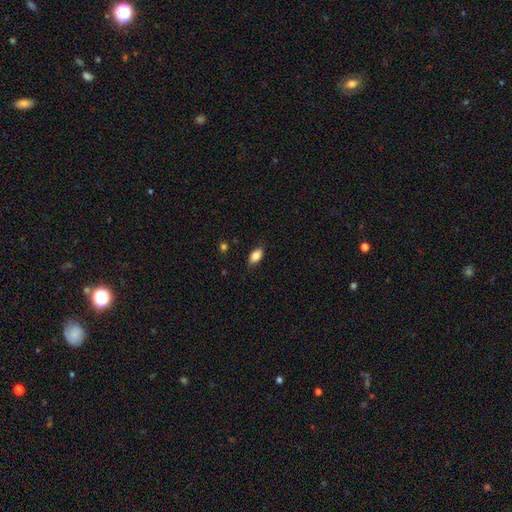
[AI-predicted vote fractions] Smooth or featured? smooth (85%)
How rounded? in between (90%)
Merging? none (82%)